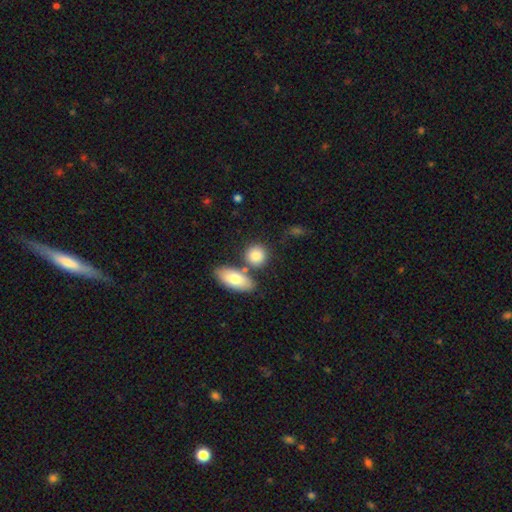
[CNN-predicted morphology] smooth 84%, featured or disk 9%, star or artifact 7%. Down the decision tree: how rounded — round (71%); merging — none (67%).